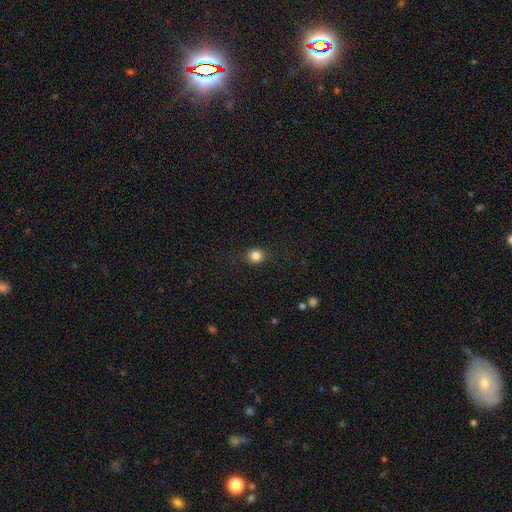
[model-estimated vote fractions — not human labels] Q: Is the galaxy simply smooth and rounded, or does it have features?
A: smooth — 84%.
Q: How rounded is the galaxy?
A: round — 83%.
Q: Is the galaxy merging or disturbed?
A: none — 87%.